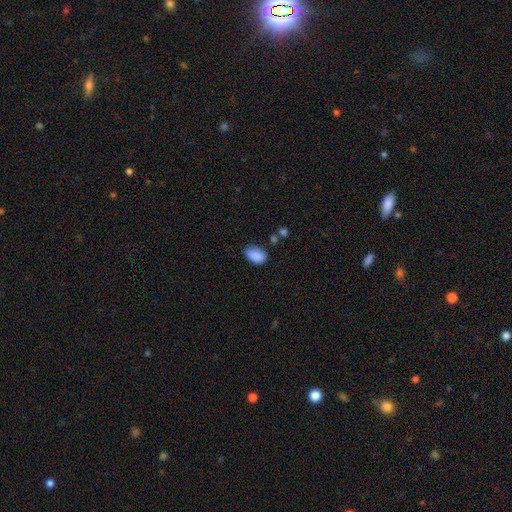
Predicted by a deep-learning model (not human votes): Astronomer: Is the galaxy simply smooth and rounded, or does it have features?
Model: smooth — 86%.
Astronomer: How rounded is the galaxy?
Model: in between — 88%.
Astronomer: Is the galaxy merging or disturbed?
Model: none — 58%.